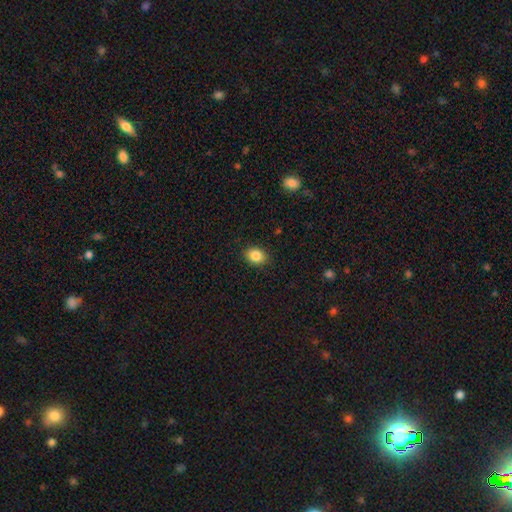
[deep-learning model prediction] Smooth or featured? smooth (85%)
How rounded? in between (55%)
Merging? none (89%)